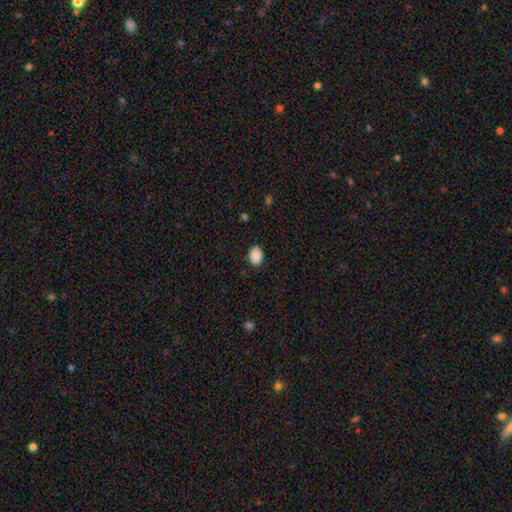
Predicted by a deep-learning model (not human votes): This appears to be a smooth galaxy with no disk features (89%) that is in between round and cigar-shaped (64%). Merging: none (87%).